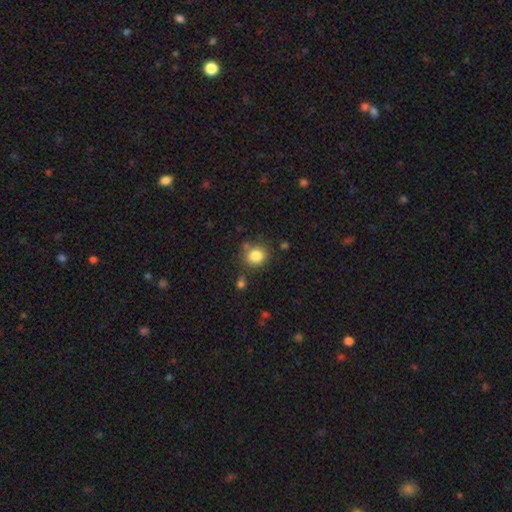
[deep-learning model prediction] smooth 83%, star or artifact 11%, featured or disk 7%. Down the decision tree: how rounded — round (78%); merging — none (74%).